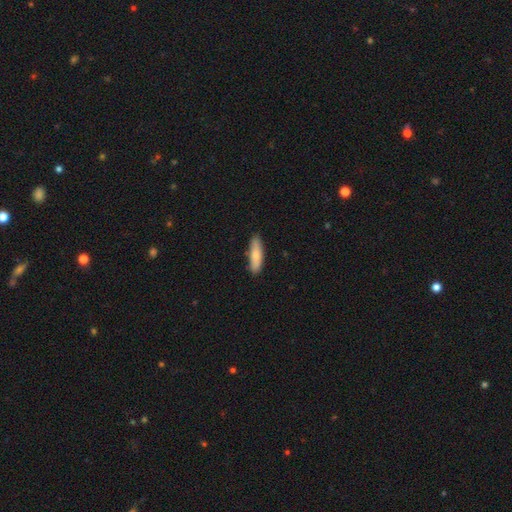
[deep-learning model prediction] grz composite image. It shows a smooth galaxy with no disk features (80%) that is cigar-shaped (63%). Merging: none (83%).